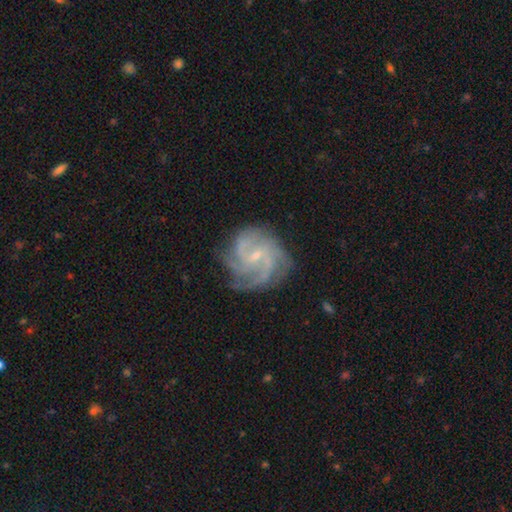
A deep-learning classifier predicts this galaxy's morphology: The model was most divided on "spiral winding" (2-way tie): medium: 45%, tight: 45%, loose: 10%; "bar" (2-way tie): no: 45%, weak: 45%, strong: 10%. Remaining: edge-on disk — no (98%); spiral arms — yes (98%); smooth or featured — featured or disk (88%); bulge size — small (77%); merging — none (73%); spiral arm count — 3 (36%).